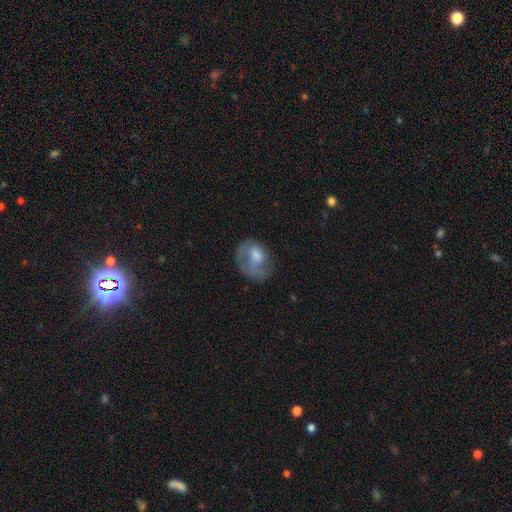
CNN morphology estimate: A smooth galaxy with no disk features (49%). Merging: none (40%).